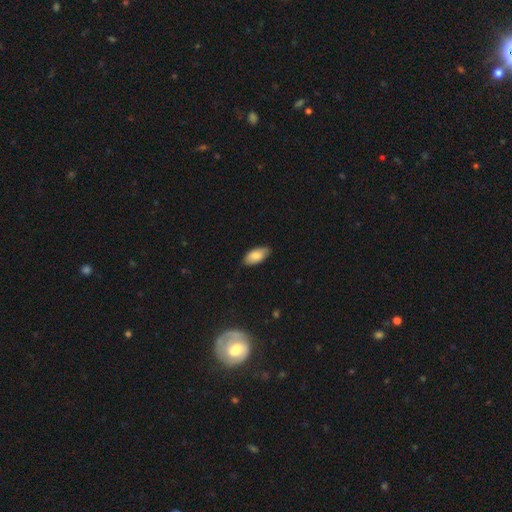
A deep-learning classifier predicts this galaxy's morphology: Smooth or featured? Predicted: smooth (p=0.84). How rounded? Predicted: in between (p=0.94). Merging? Predicted: none (p=0.81).